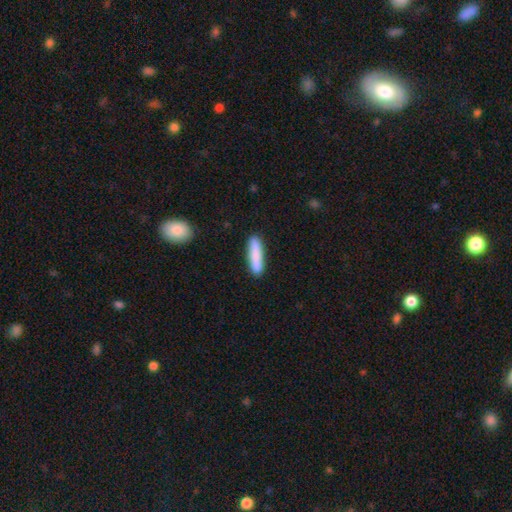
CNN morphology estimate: Smooth or featured?
  - smooth: 83% *
  - featured or disk: 11%
  - star or artifact: 6%
How rounded?
  - cigar-shaped: 81% *
  - in between: 17%
  - round: 2%
Merging?
  - none: 85% *
  - minor disturbance: 10%
  - merger: 3%
  - major disturbance: 2%